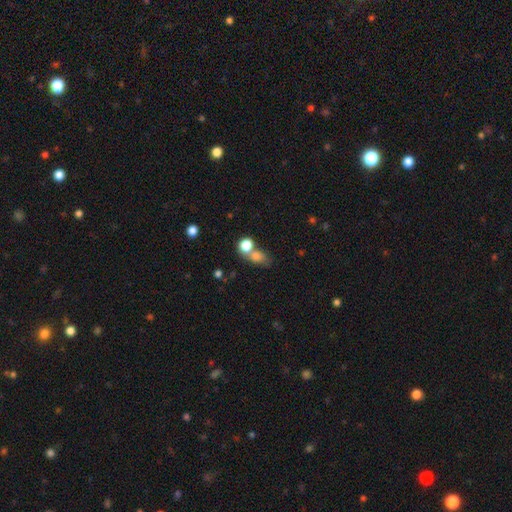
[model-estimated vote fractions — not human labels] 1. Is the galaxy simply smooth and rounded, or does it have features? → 76% smooth, 13% star or artifact, 11% featured or disk.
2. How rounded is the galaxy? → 50% in between, 47% round, 3% cigar-shaped.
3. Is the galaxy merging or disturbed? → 47% merger, 36% none, 10% minor disturbance, 7% major disturbance.